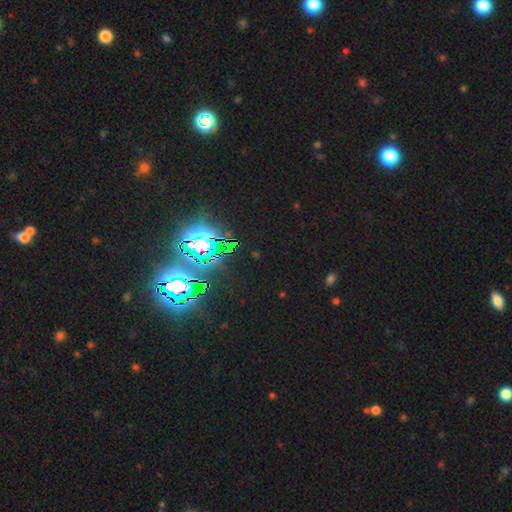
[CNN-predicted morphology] This is clearly a star or artifact rather than a galaxy (82%).